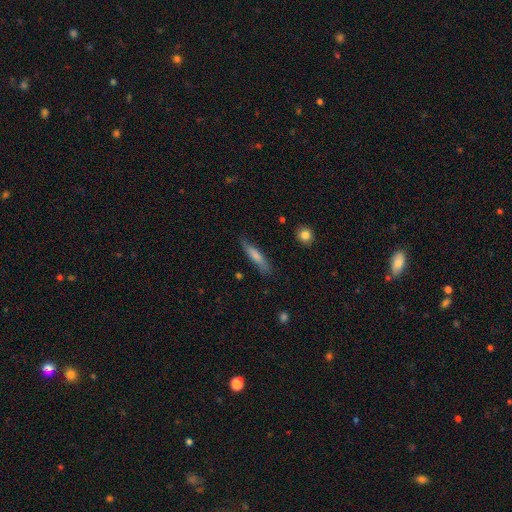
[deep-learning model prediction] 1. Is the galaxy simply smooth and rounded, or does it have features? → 71% smooth, 22% featured or disk, 6% star or artifact.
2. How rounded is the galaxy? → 85% cigar-shaped, 13% in between, 2% round.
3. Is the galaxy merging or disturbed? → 77% none, 18% minor disturbance, 4% major disturbance, 2% merger.